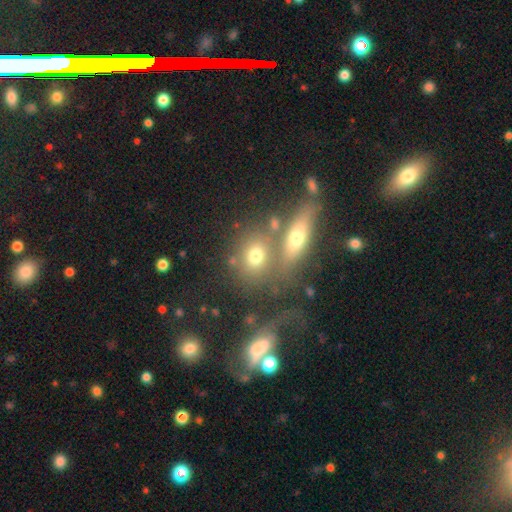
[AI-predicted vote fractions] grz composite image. It shows a smooth galaxy with no disk features (67%) that is round (53%). Merging: none (50%).